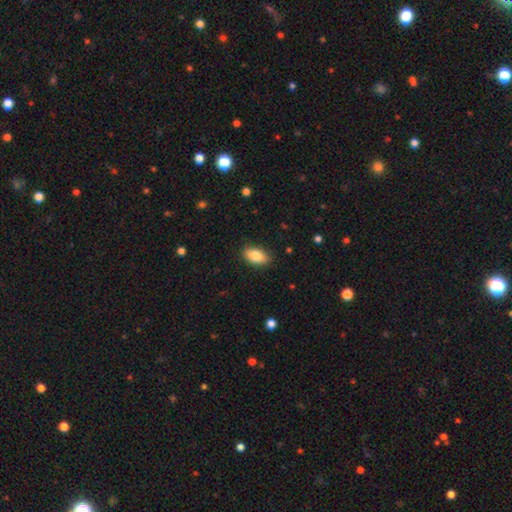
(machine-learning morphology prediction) Overall: smooth (85%). How rounded: in between (92%). Merging: none (87%).